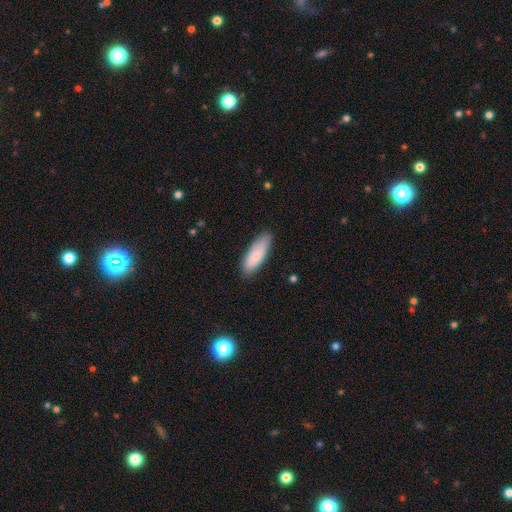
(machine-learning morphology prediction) Smooth or featured? Predicted: smooth (p=0.84). How rounded? Predicted: in between (p=0.61). Merging? Predicted: none (p=0.84).